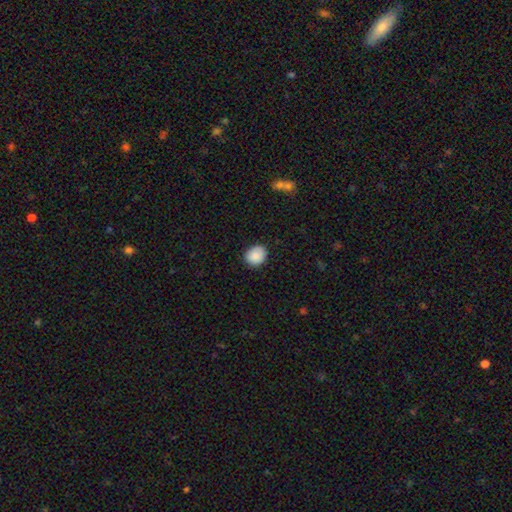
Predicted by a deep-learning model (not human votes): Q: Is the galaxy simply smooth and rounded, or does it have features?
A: smooth — 88%.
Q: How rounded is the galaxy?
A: round — 64%.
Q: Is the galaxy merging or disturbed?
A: none — 85%.